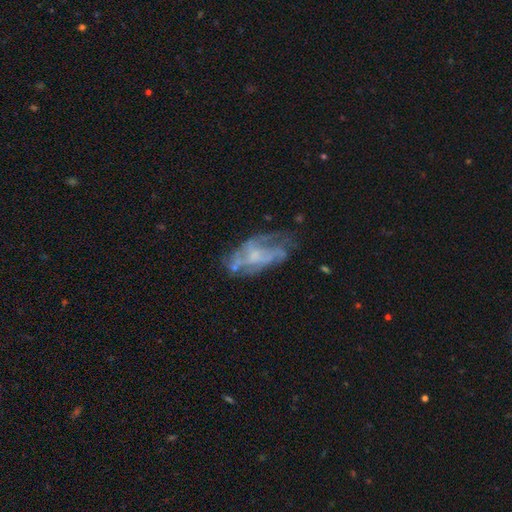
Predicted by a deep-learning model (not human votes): Smooth or featured: featured or disk — 72% (smooth — 19%)
Edge-on disk: no — 94% (yes — 6%)
Bar: no — 68% (weak — 26%)
Spiral arms: yes — 63% (no — 37%)
Bulge size: small — 36% (tied with none — 36%)
Merging: none — 48% (minor disturbance — 24%)